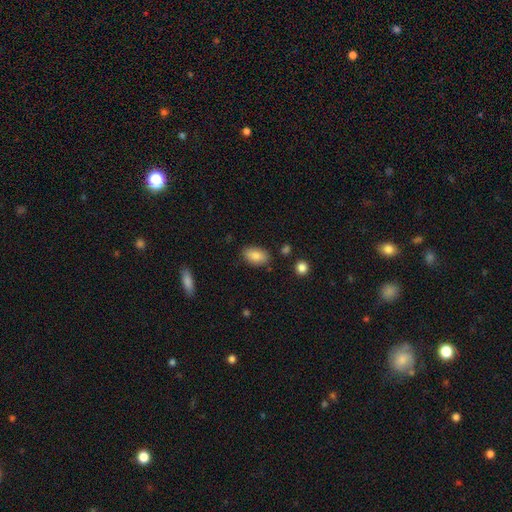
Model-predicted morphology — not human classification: Smooth or featured? Predicted: smooth (p=0.84). How rounded? Predicted: in between (p=0.91). Merging? Predicted: none (p=0.81).